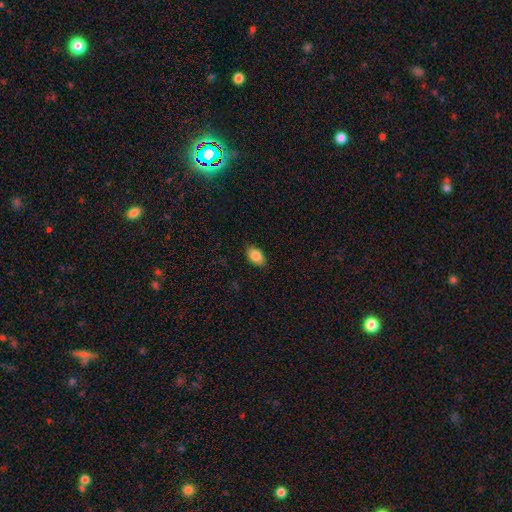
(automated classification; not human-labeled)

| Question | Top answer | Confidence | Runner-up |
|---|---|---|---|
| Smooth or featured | smooth | 85% | star or artifact (8%) |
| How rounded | in between | 91% | round (7%) |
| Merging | none | 86% | minor disturbance (11%) |